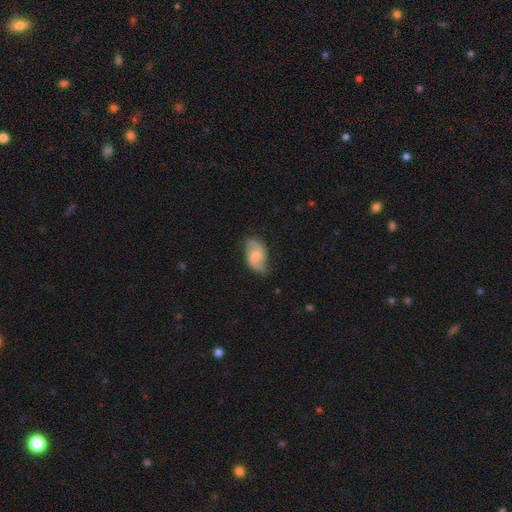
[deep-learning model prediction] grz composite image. It shows a featured or disk galaxy (57%) with no bar (49%), spiral arms (87%) and a small central bulge (43%). Merging: none (67%).